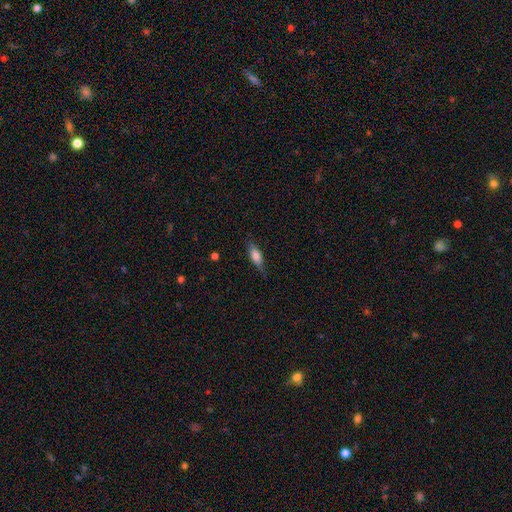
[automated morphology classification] The model was most divided on "how rounded": in between: 62%, cigar-shaped: 36%, round: 3%. More confident: merging — none (77%); smooth or featured — smooth (70%).